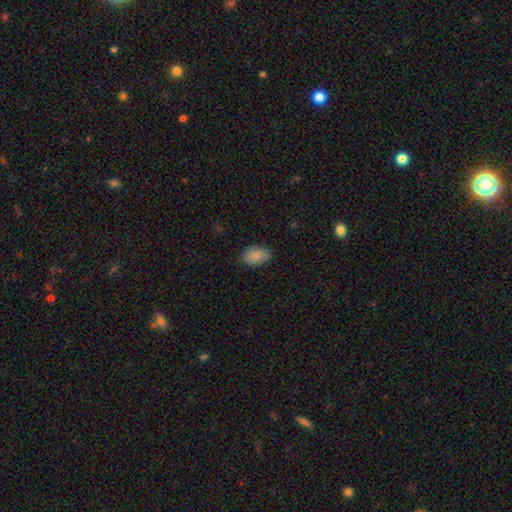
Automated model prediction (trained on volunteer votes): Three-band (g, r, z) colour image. It shows a smooth galaxy with no disk features (88%) that is in between round and cigar-shaped (89%). Merging: none (85%).